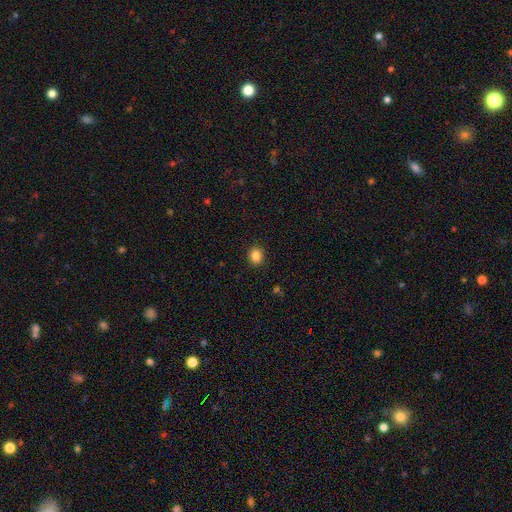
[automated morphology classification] Smooth or featured: smooth — 86% (star or artifact — 10%)
How rounded: round — 69% (in between — 30%)
Merging: none — 91% (minor disturbance — 6%)